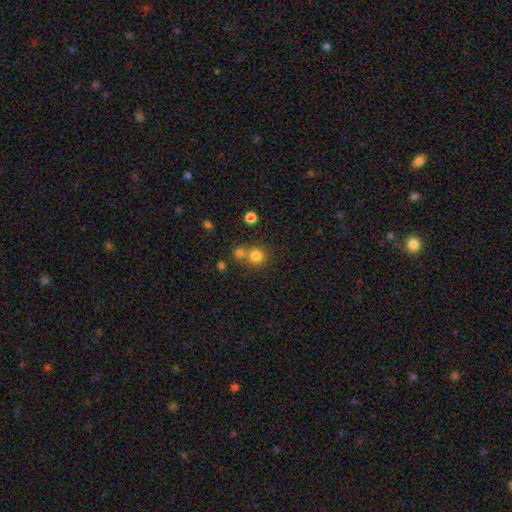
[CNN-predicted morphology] A smooth galaxy with no disk features (80%) that is round (89%).

Vote fractions:
- Smooth or featured? smooth: 80% / star or artifact: 14% / featured or disk: 7%
- How rounded? round: 89% / in between: 10% / cigar-shaped: 1%
- Merging? none: 61% / merger: 29% / minor disturbance: 7% / major disturbance: 3%